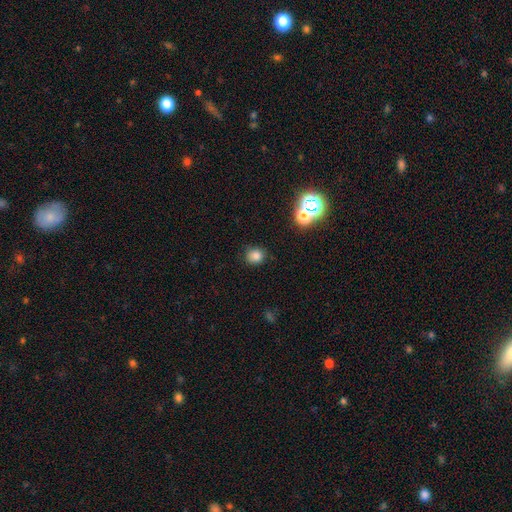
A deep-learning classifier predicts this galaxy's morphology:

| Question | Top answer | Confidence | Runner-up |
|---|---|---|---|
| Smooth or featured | smooth | 80% | star or artifact (15%) |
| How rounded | round | 83% | in between (16%) |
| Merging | none | 84% | minor disturbance (11%) |